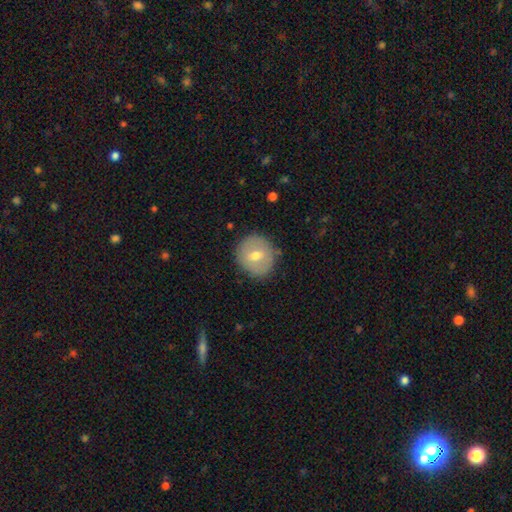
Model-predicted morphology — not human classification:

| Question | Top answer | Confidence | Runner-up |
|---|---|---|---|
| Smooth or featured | smooth | 61% | featured or disk (31%) |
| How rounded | round | 89% | in between (10%) |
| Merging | none | 86% | minor disturbance (10%) |